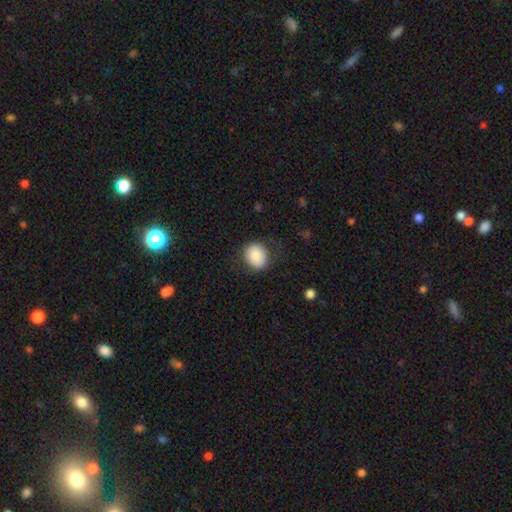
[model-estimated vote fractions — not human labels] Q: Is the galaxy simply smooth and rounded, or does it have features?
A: smooth — 84%.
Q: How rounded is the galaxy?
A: round — 71%.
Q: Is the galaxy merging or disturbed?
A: none — 80%.